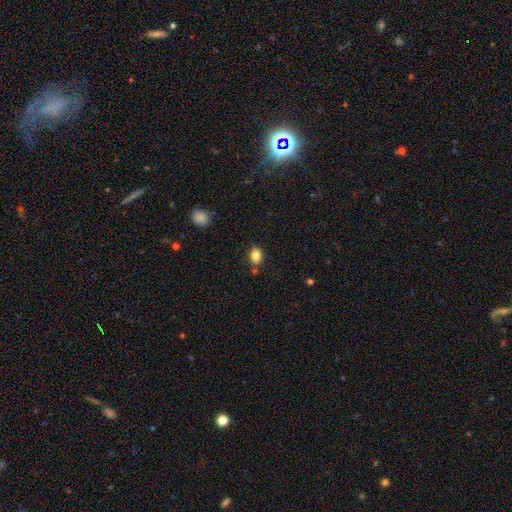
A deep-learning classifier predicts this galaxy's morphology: Smooth or featured? Predicted: smooth (p=0.84). How rounded? Predicted: in between (p=0.73). Merging? Predicted: none (p=0.77).